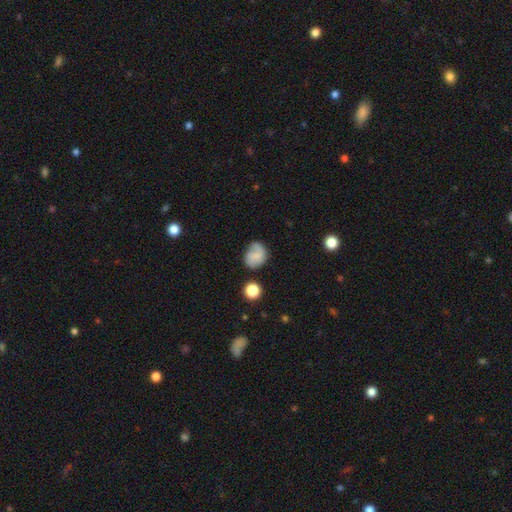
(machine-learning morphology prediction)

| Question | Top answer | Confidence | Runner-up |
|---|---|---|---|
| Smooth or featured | smooth | 58% | featured or disk (31%) |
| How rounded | round | 57% | in between (42%) |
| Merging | none | 58% | minor disturbance (26%) |